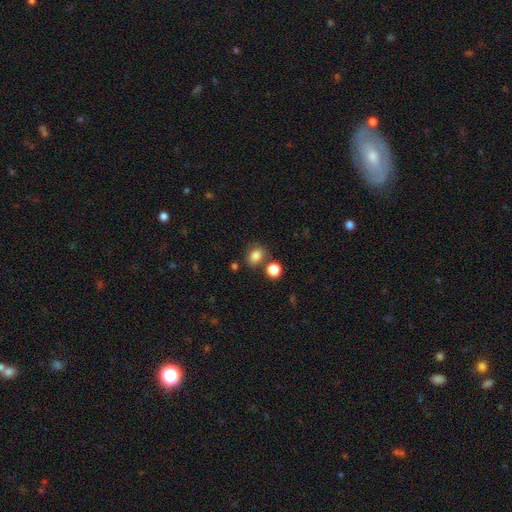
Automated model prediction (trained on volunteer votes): Overall: smooth (83%). How rounded: in between (51%; round 48%). Merging: none (71%).